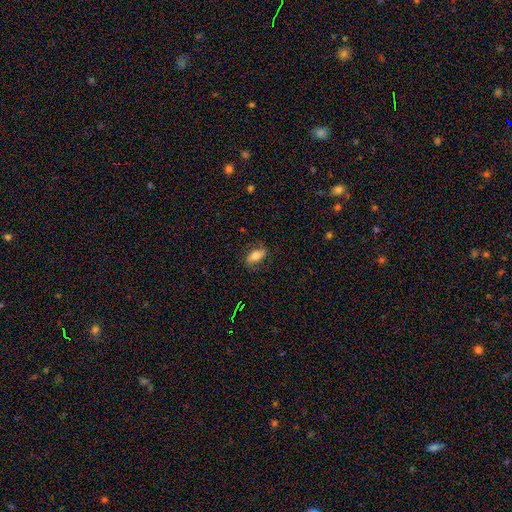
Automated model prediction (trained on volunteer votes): Smooth or featured? smooth (67%)
How rounded? in between (84%)
Merging? none (77%)